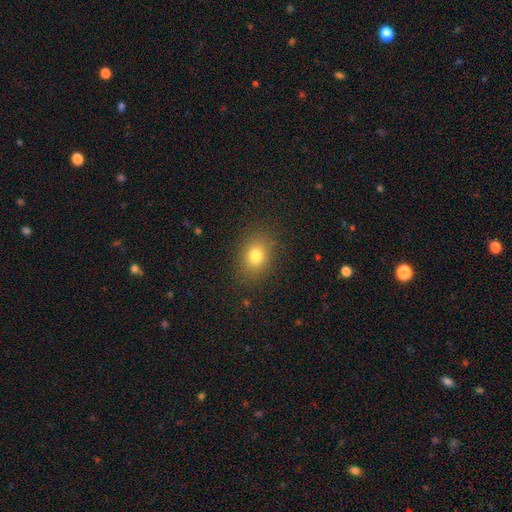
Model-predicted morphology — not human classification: Overall: smooth (78%). How rounded: in between (59%; round 40%). Merging: none (85%).